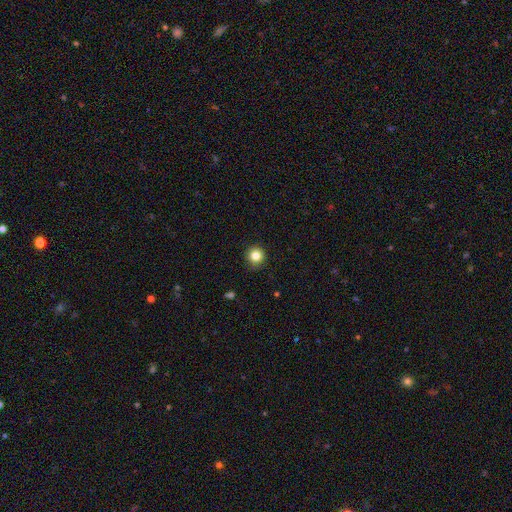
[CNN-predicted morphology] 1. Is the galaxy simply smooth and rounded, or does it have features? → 83% smooth, 11% star or artifact, 6% featured or disk.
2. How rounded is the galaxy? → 94% round, 6% in between, 1% cigar-shaped.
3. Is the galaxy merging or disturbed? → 88% none, 8% minor disturbance, 2% major disturbance, 1% merger.